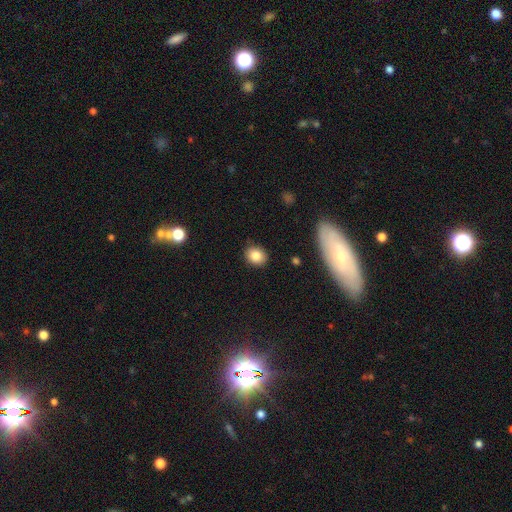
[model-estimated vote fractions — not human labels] Morphology: type=smooth (83%); roundness=round (63%); merging=none (87%).